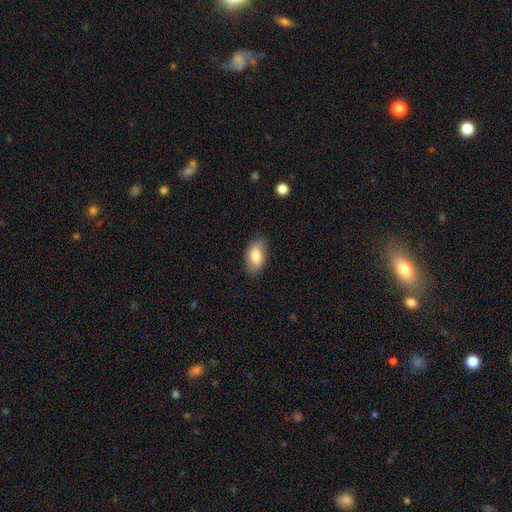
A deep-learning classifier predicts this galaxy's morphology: Smooth or featured? Predicted: smooth (p=0.74). How rounded? Predicted: in between (p=0.93). Merging? Predicted: none (p=0.78).